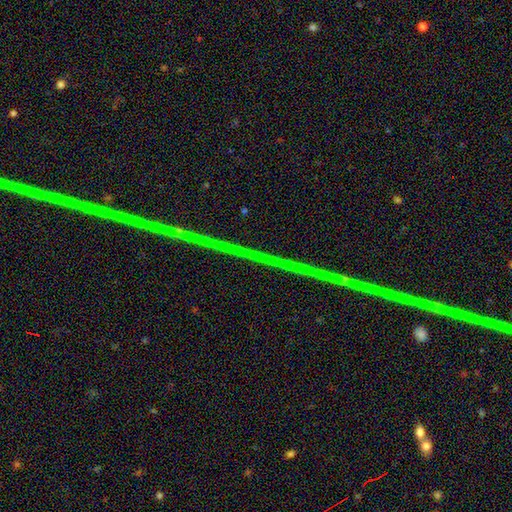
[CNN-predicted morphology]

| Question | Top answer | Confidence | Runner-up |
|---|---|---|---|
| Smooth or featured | star or artifact | 80% | featured or disk (14%) |